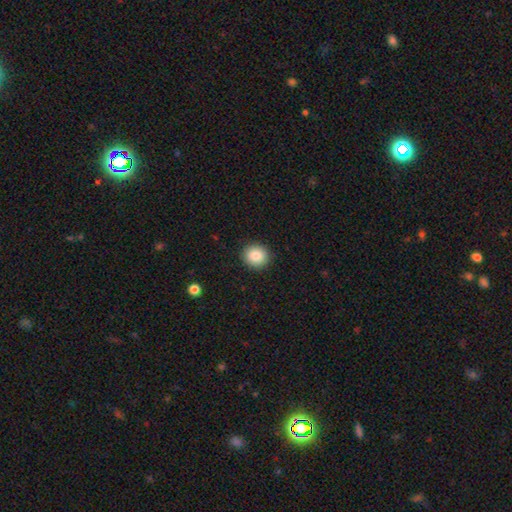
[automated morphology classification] A smooth galaxy with no disk features (86%) that is round (90%). Merging: none (92%).